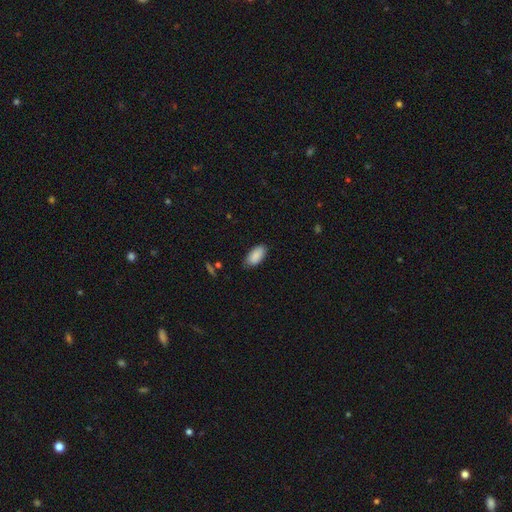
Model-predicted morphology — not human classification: A smooth galaxy with no disk features (88%) that is in between round and cigar-shaped (94%). Merging: none (81%).